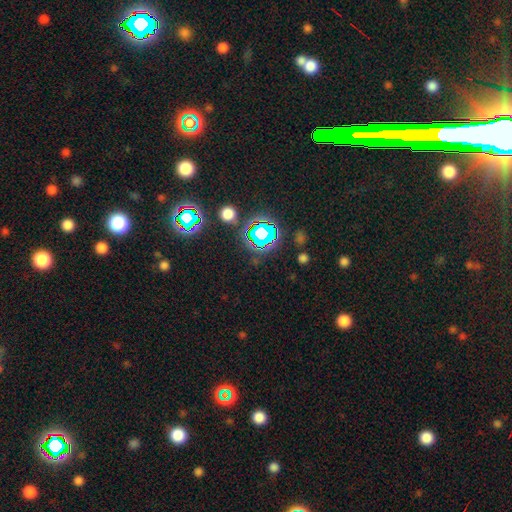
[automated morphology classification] smooth_or_featured: star or artifact (p=0.79) [alt: smooth p=0.13]